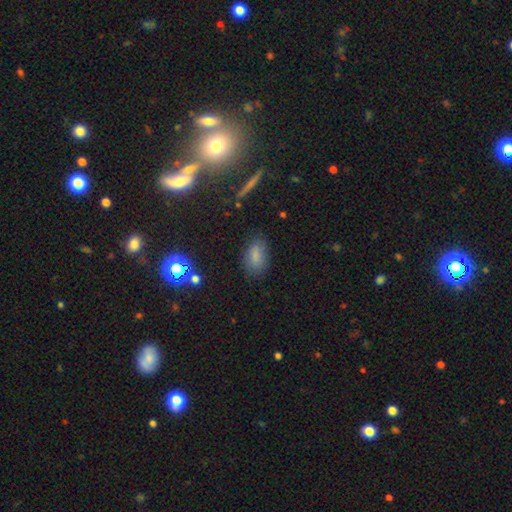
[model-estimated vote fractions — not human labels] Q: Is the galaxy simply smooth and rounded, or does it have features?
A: smooth — 78%.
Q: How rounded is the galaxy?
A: in between — 89%.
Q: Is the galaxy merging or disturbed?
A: none — 75%.